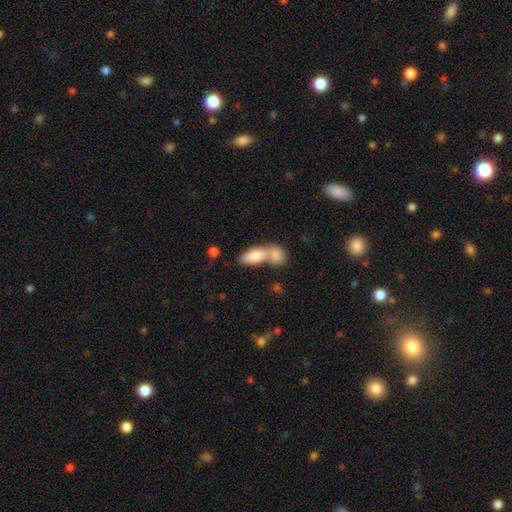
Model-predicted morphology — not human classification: Smooth or featured: smooth — 83% (featured or disk — 11%)
How rounded: in between — 83% (cigar-shaped — 11%)
Merging: merger — 68% (none — 22%)